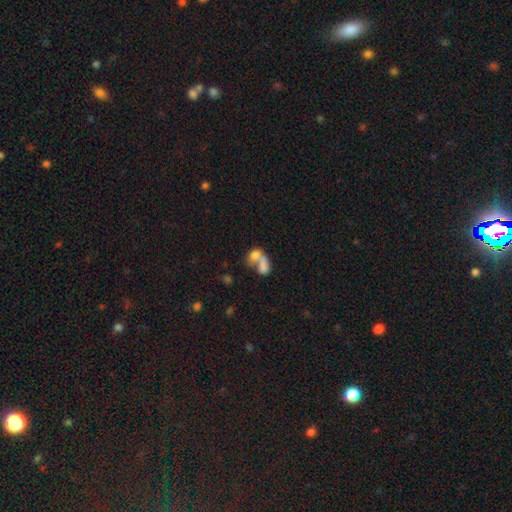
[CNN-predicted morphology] This is likely a smooth galaxy (73%). How rounded: clearly in between (82%). Merging: likely merger (73%).